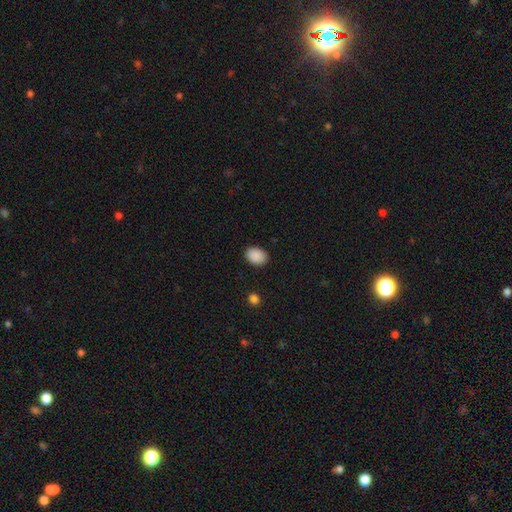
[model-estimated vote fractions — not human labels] Smooth or featured?
  - smooth: 90% *
  - star or artifact: 8%
  - featured or disk: 2%
How rounded?
  - in between: 74% *
  - round: 25%
  - cigar-shaped: 1%
Merging?
  - none: 88% *
  - minor disturbance: 9%
  - major disturbance: 2%
  - merger: 1%